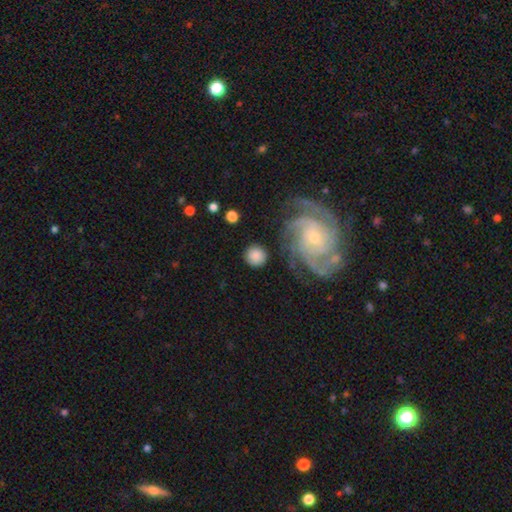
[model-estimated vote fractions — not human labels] Smooth or featured: smooth — 68% (featured or disk — 24%)
How rounded: round — 90% (in between — 9%)
Merging: none — 80% (minor disturbance — 10%)